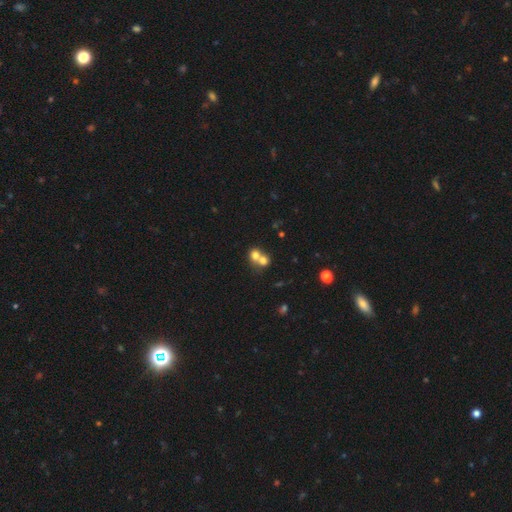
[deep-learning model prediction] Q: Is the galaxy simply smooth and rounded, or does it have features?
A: smooth — 72%.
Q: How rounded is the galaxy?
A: round — 75%.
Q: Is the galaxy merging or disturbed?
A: merger — 65%.